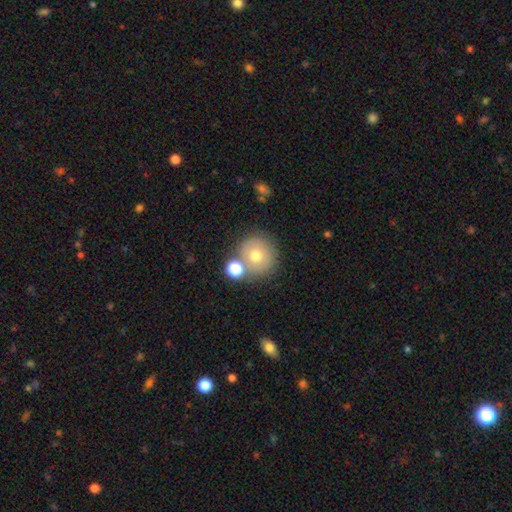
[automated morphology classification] Q: Smooth or featured?
A: smooth (69%); runner-up: featured or disk (18%)
Q: How rounded?
A: round (93%); runner-up: in between (6%)
Q: Merging?
A: none (69%); runner-up: merger (17%)